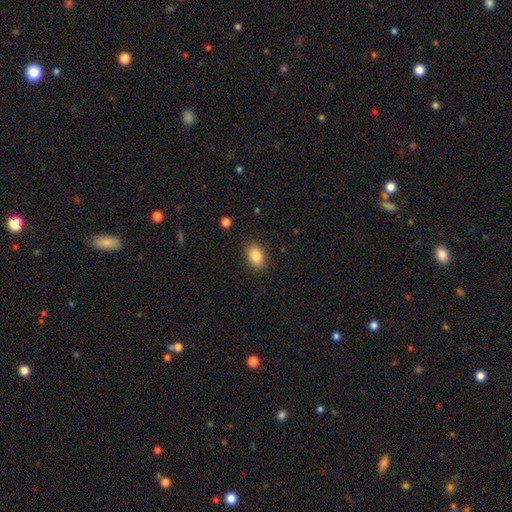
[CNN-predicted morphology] This is clearly a smooth galaxy (87%). How rounded: clearly in between (86%). Merging: clearly none (87%).